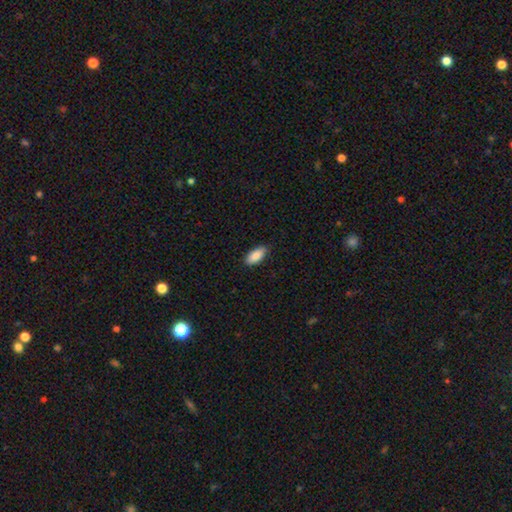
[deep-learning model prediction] smooth 89%, star or artifact 6%, featured or disk 5%. Down the decision tree: how rounded — in between (88%); merging — none (87%).